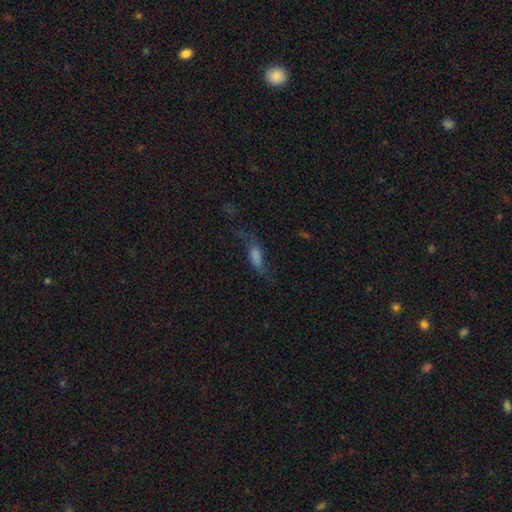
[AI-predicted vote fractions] Smooth or featured?
  - smooth: 43% *
  - featured or disk: 42%
  - star or artifact: 14%
Merging?
  - none: 45% *
  - major disturbance: 30%
  - minor disturbance: 22%
  - merger: 3%